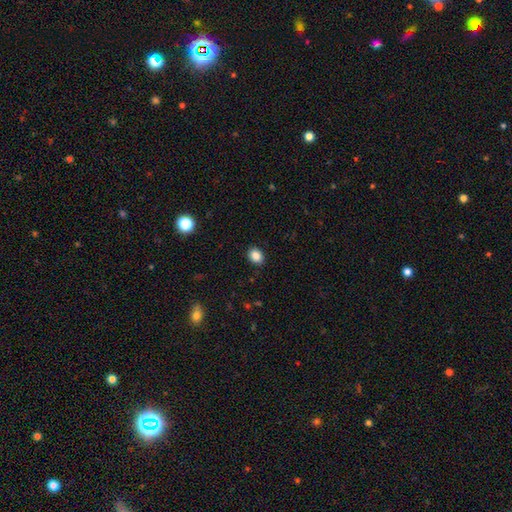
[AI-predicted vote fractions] The model was most divided on "how rounded": in between: 59%, round: 40%, cigar-shaped: 1%. More confident: merging — none (90%); smooth or featured — smooth (87%).